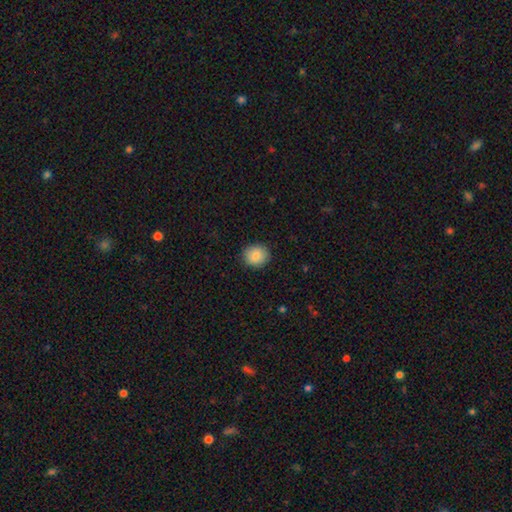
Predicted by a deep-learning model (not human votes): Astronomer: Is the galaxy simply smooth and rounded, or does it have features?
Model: smooth — 87%.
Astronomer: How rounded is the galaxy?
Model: round — 80%.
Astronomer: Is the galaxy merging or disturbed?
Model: none — 89%.